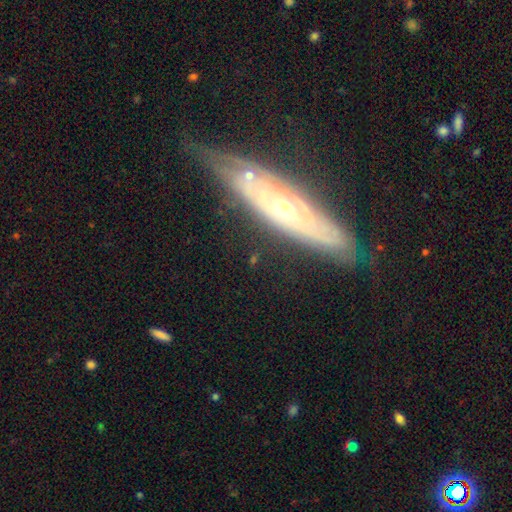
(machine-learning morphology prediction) featured or disk 77%, smooth 16%, star or artifact 8%. Down the decision tree: edge-on disk — no (59%); merging — none (66%).